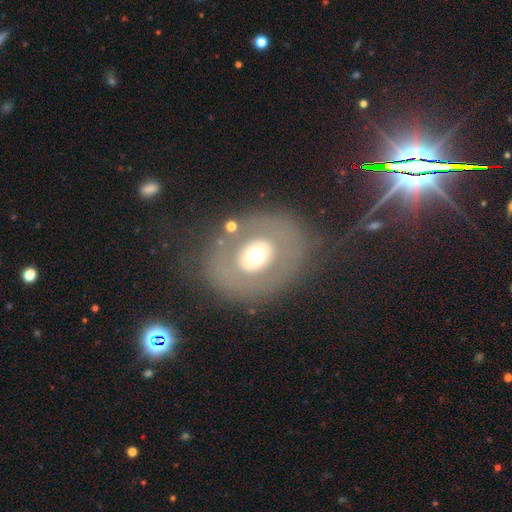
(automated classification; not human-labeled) Q: Smooth or featured?
A: featured or disk (47%); runner-up: smooth (43%)
Q: Merging?
A: none (74%); runner-up: minor disturbance (12%)